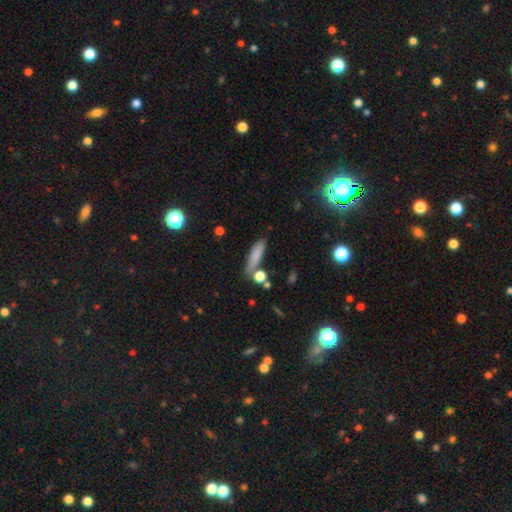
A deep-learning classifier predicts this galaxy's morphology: smooth_or_featured: smooth (p=0.77) [alt: featured or disk p=0.14]
how_rounded: cigar-shaped (p=0.69) [alt: in between p=0.27]
merging: none (p=0.70) [alt: minor disturbance p=0.16]